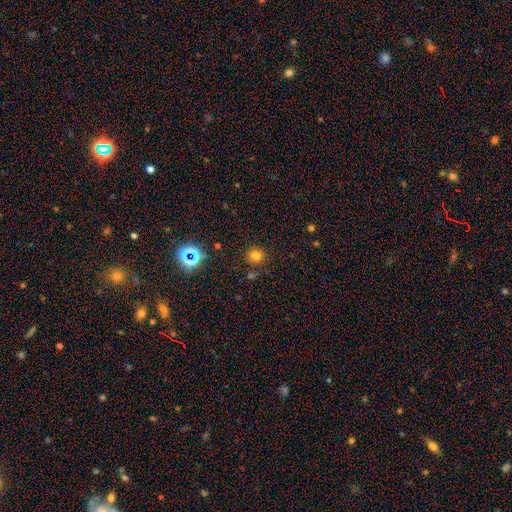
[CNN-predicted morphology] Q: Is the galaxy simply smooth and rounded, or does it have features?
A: smooth — 74%.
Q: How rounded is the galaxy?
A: round — 89%.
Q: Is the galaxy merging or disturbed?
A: none — 85%.